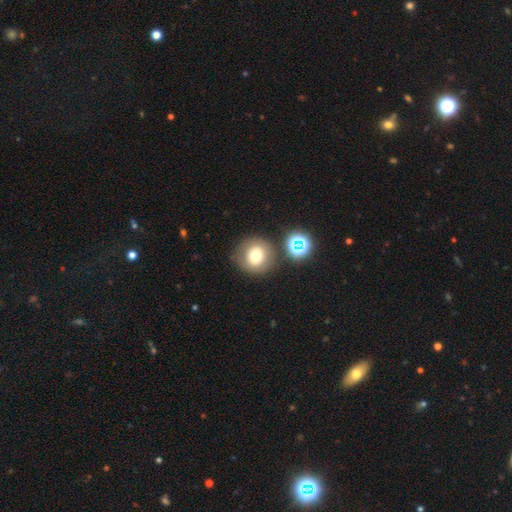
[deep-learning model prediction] A smooth galaxy with no disk features (70%) that is round (91%).

Vote fractions:
- Smooth or featured? smooth: 70% / featured or disk: 16% / star or artifact: 14%
- How rounded? round: 91% / in between: 8% / cigar-shaped: 1%
- Merging? none: 77% / minor disturbance: 11% / merger: 8% / major disturbance: 4%